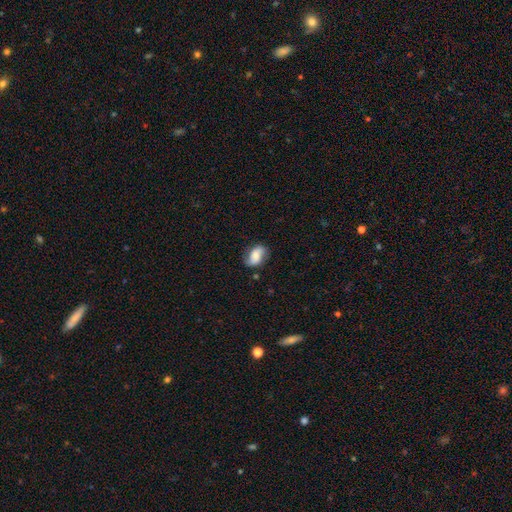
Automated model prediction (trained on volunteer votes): The model was most divided on "smooth or featured": smooth: 54%, featured or disk: 38%, star or artifact: 8%. More confident: how rounded — in between (85%); merging — none (71%).